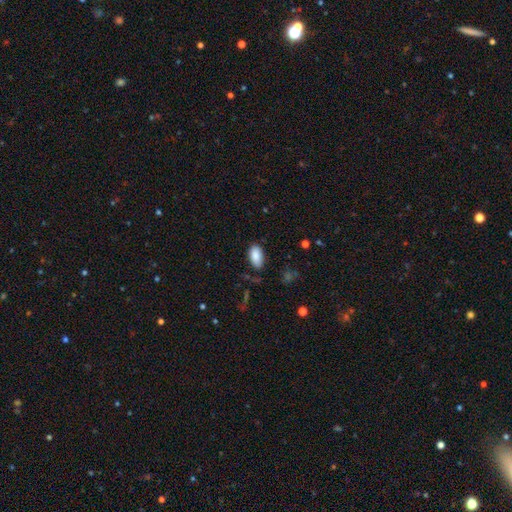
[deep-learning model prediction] This is clearly a smooth galaxy (88%). How rounded: clearly in between (95%). Merging: likely none (79%).